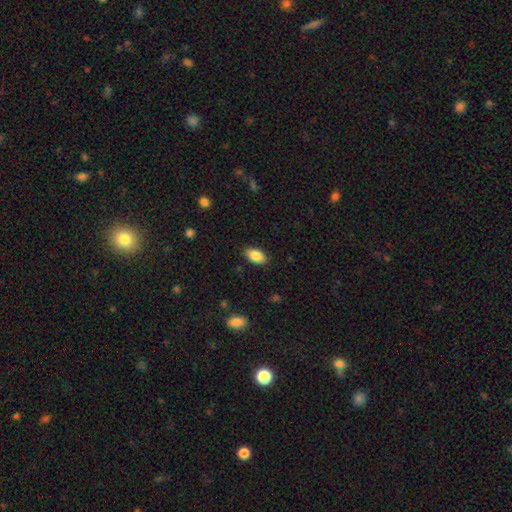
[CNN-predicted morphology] Q: Smooth or featured?
A: smooth (87%); runner-up: star or artifact (7%)
Q: How rounded?
A: in between (93%); runner-up: round (4%)
Q: Merging?
A: none (87%); runner-up: minor disturbance (10%)